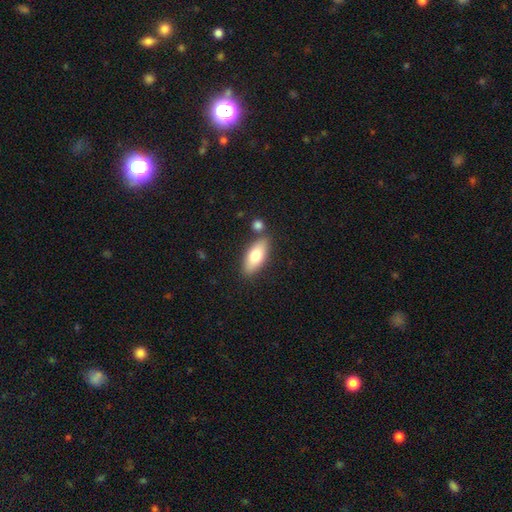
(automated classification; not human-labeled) Q: Smooth or featured?
A: smooth (74%); runner-up: featured or disk (20%)
Q: How rounded?
A: in between (81%); runner-up: cigar-shaped (16%)
Q: Merging?
A: none (76%); runner-up: minor disturbance (11%)